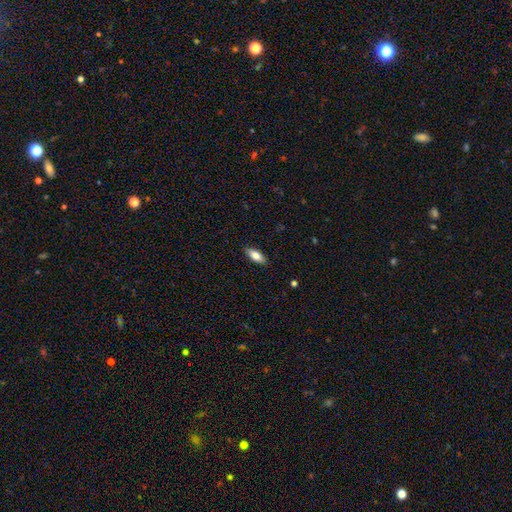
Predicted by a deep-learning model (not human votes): Morphology: type=smooth (74%); roundness=in between (74%); merging=none (88%).